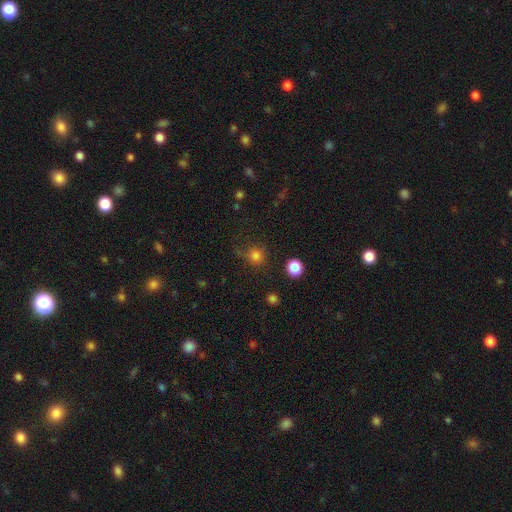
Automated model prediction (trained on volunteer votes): The model was most divided on "merging": none: 71%, minor disturbance: 17%, major disturbance: 9%, merger: 3%. More confident: how rounded — round (88%); smooth or featured — smooth (78%).